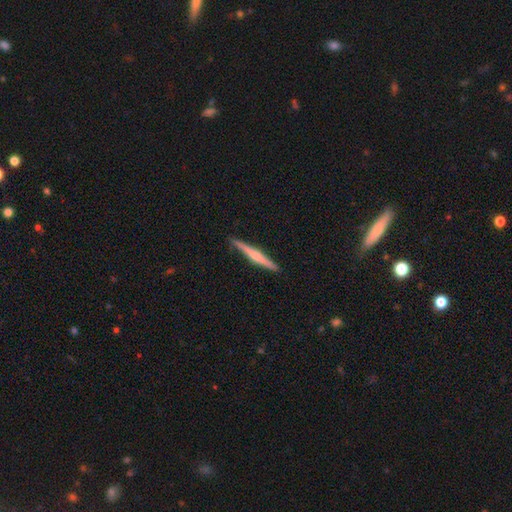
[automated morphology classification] Q: Smooth or featured?
A: featured or disk (60%); runner-up: smooth (35%)
Q: Edge-on disk?
A: yes (98%); runner-up: no (2%)
Q: Edge-on bulge?
A: rounded (67%); runner-up: none (22%)
Q: Merging?
A: none (90%); runner-up: minor disturbance (8%)